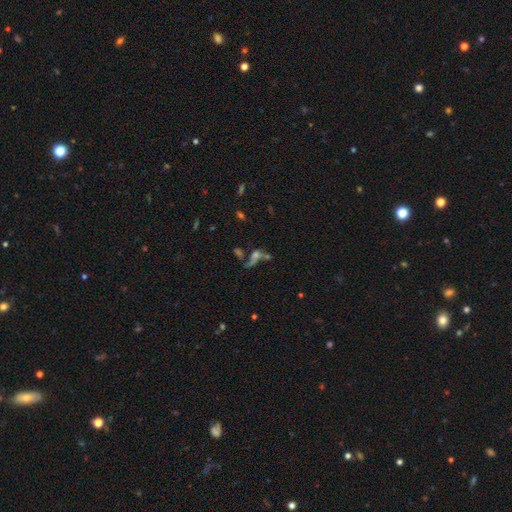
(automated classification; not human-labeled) A smooth galaxy with no disk features (35%).

Vote fractions:
- Smooth or featured? smooth: 35% / featured or disk: 34% / star or artifact: 31%
- Merging? merger: 39% / none: 31% / major disturbance: 19% / minor disturbance: 11%